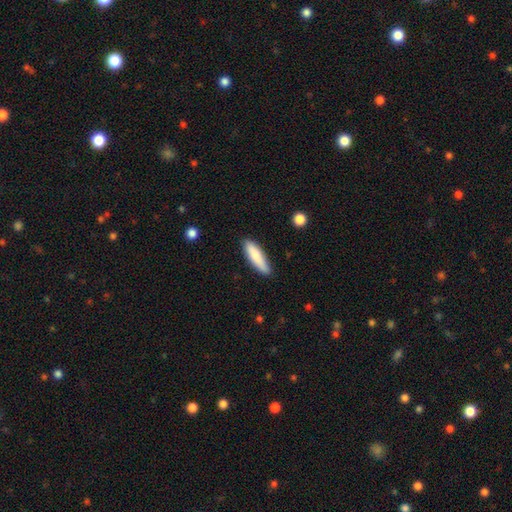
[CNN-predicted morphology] Smooth or featured: smooth — 83% (featured or disk — 11%)
How rounded: cigar-shaped — 65% (in between — 33%)
Merging: none — 85% (minor disturbance — 12%)